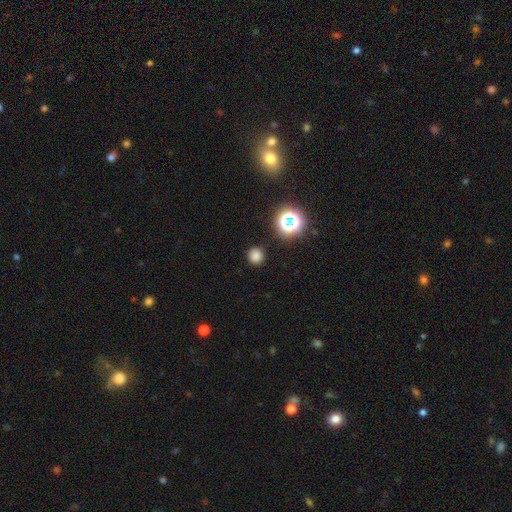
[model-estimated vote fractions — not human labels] Smooth or featured?
  - smooth: 77% *
  - star or artifact: 18%
  - featured or disk: 4%
How rounded?
  - round: 93% *
  - in between: 6%
  - cigar-shaped: 1%
Merging?
  - none: 90% *
  - minor disturbance: 7%
  - major disturbance: 2%
  - merger: 2%